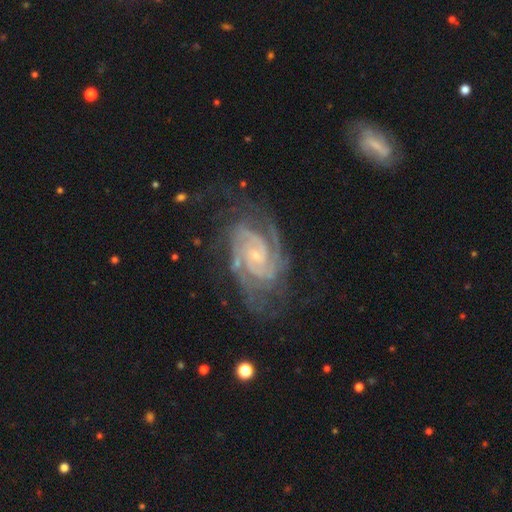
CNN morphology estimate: This is clearly a featured or disk galaxy (91%). It is clearly not viewed edge-on (97%). Bar: possibly no (59%). Spiral arm pattern: clearly yes (98%). Spiral arm count: possibly 2 (53%). Spiral winding: likely tight (69%). Central bulge: likely small (79%). Merging: likely none (68%).